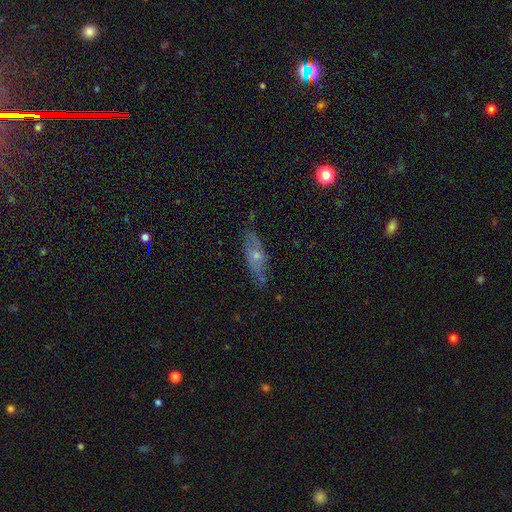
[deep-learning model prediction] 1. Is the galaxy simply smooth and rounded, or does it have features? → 55% featured or disk, 35% smooth, 9% star or artifact.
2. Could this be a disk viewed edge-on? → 55% no, 45% yes.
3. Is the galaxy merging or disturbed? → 75% none, 19% minor disturbance, 5% major disturbance, 2% merger.